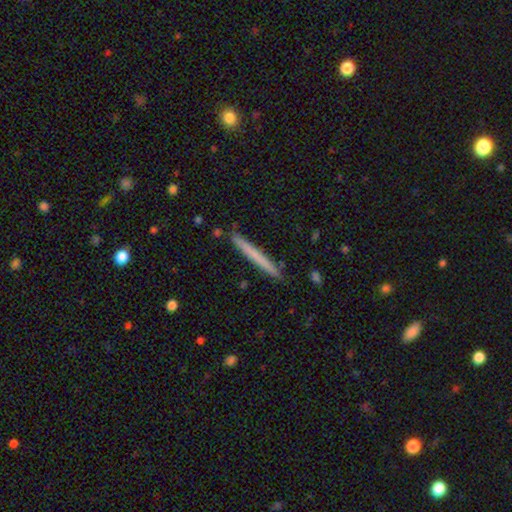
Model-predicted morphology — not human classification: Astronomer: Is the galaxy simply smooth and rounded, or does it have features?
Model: smooth — 62%.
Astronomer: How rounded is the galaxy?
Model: cigar-shaped — 97%.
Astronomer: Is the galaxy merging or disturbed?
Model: none — 90%.